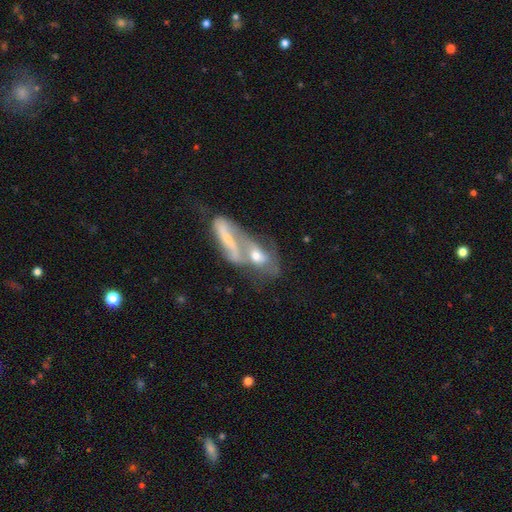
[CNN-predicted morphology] Smooth or featured?
  - featured or disk: 53% *
  - smooth: 38%
  - star or artifact: 9%
Edge-on disk?
  - no: 82% *
  - yes: 18%
Merging?
  - merger: 72% *
  - none: 13%
  - major disturbance: 9%
  - minor disturbance: 7%